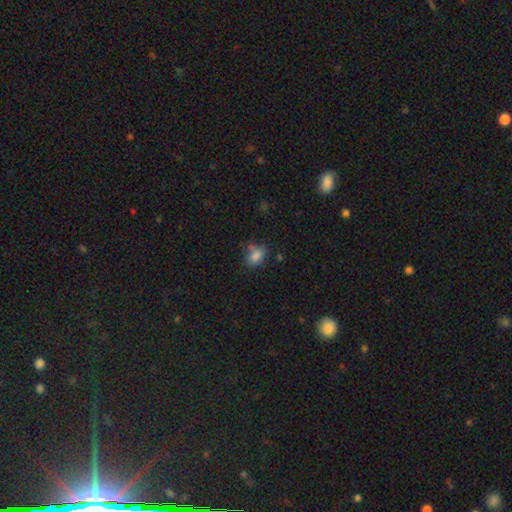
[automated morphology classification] smooth-or-featured: smooth: 80% | star or artifact: 11% | featured or disk: 9%
  how-rounded: in between: 76% | round: 22% | cigar-shaped: 2%
  merging: none: 63% | minor disturbance: 18% | merger: 14% | major disturbance: 5%